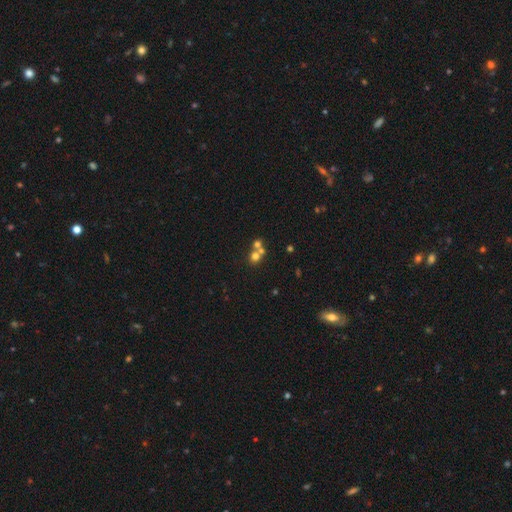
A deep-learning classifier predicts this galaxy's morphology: Overall: smooth (64%). How rounded: round (85%). Merging: merger (49%; none 42%).